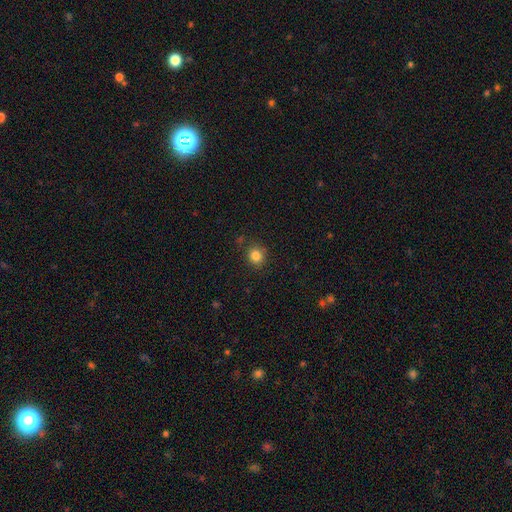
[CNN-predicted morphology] This is clearly a smooth galaxy (83%). How rounded: clearly round (87%). Merging: clearly none (85%).